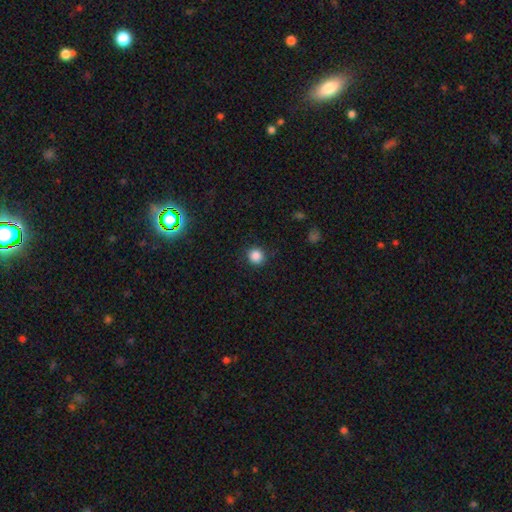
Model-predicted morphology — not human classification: Smooth or featured? Predicted: smooth (p=0.86). How rounded? Predicted: round (p=0.91). Merging? Predicted: none (p=0.88).